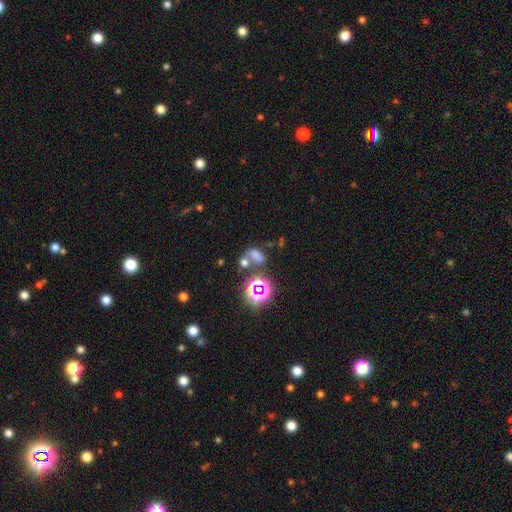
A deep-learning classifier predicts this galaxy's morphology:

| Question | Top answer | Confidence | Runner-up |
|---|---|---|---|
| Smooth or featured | smooth | 54% | star or artifact (33%) |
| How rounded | in between | 69% | round (28%) |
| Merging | merger | 39% | none (37%) |